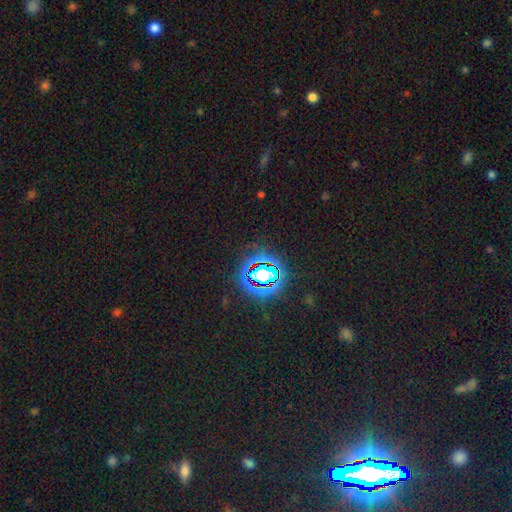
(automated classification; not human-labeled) Smooth or featured?
  - star or artifact: 83% *
  - smooth: 11%
  - featured or disk: 7%